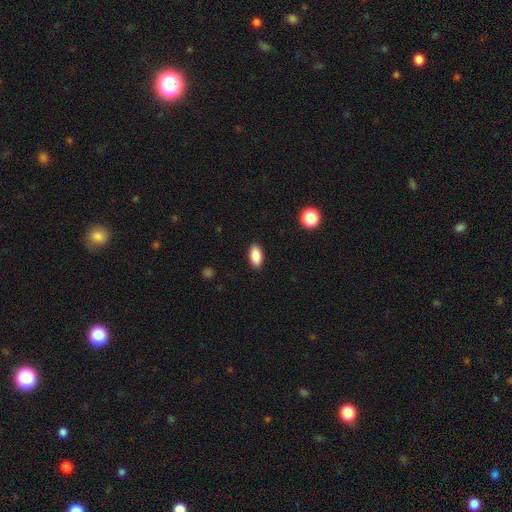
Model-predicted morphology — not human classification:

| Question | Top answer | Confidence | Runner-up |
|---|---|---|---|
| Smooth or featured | smooth | 88% | star or artifact (7%) |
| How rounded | in between | 90% | cigar-shaped (7%) |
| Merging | none | 89% | minor disturbance (8%) |